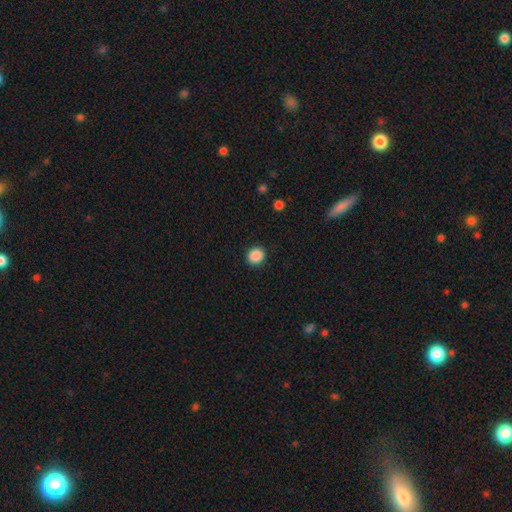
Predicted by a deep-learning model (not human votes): smooth-or-featured: smooth: 88% | star or artifact: 9% | featured or disk: 2%
  how-rounded: round: 80% | in between: 19% | cigar-shaped: 1%
  merging: none: 91% | minor disturbance: 6% | major disturbance: 2% | merger: 1%